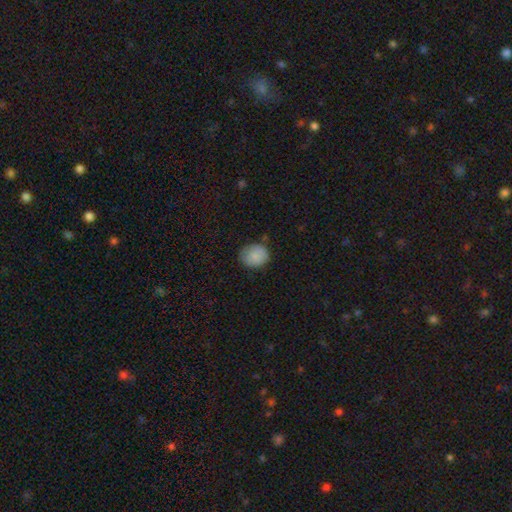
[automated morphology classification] Smooth or featured? smooth (83%)
How rounded? round (66%)
Merging? none (76%)